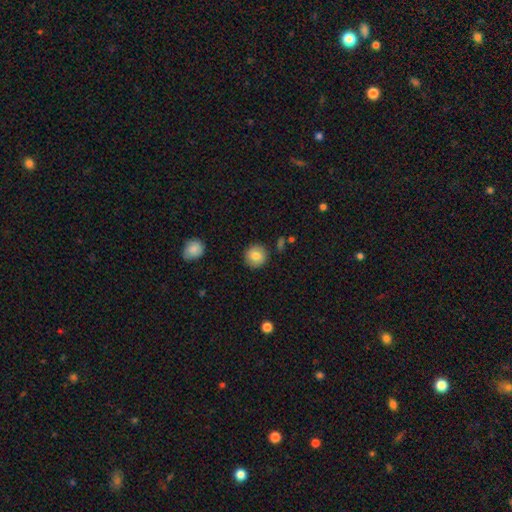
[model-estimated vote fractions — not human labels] This is clearly a smooth galaxy (83%). How rounded: clearly round (94%). Merging: clearly none (90%).